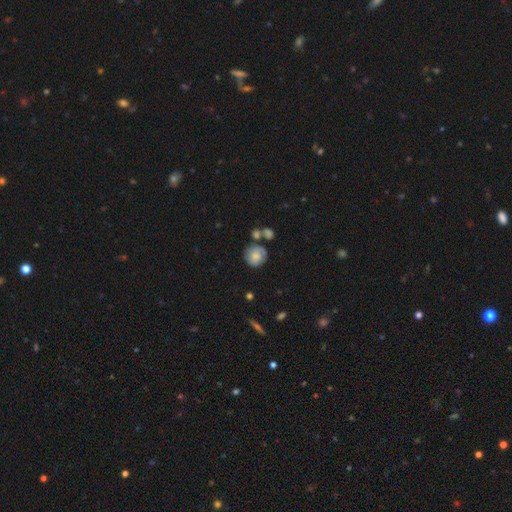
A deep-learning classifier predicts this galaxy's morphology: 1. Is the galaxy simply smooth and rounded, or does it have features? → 57% smooth, 35% featured or disk, 8% star or artifact.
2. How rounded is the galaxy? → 84% round, 15% in between, 1% cigar-shaped.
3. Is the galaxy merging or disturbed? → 59% none, 17% minor disturbance, 17% merger, 6% major disturbance.